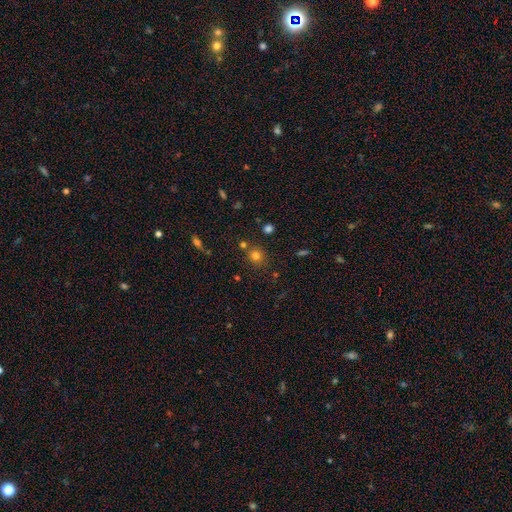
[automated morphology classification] smooth 77%, star or artifact 16%, featured or disk 7%. Down the decision tree: how rounded — round (84%); merging — none (78%).